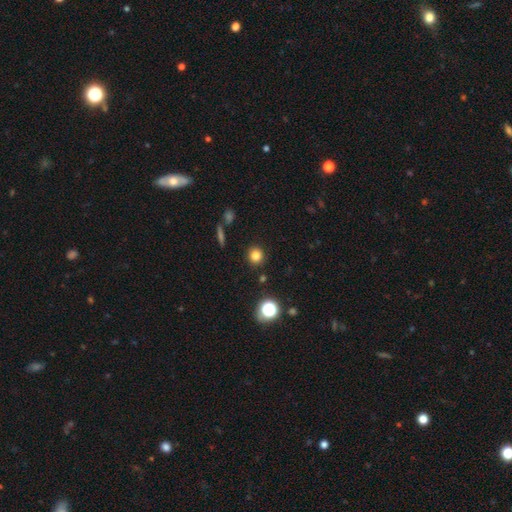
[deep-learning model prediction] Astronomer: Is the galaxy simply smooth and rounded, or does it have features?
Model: smooth — 80%.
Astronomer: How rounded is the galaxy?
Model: round — 91%.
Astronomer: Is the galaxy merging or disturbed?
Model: none — 90%.